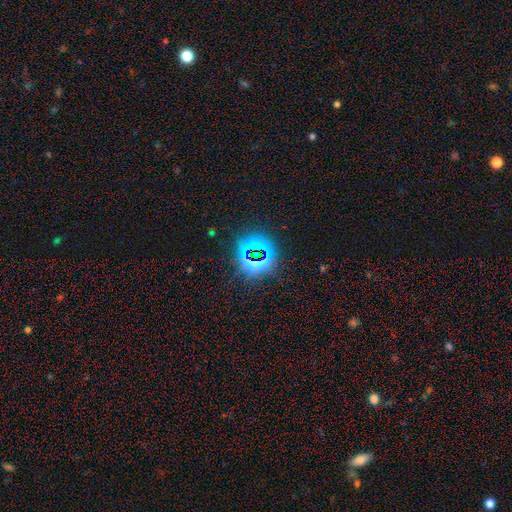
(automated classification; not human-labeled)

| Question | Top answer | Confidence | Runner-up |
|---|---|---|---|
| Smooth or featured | star or artifact | 71% | smooth (20%) |